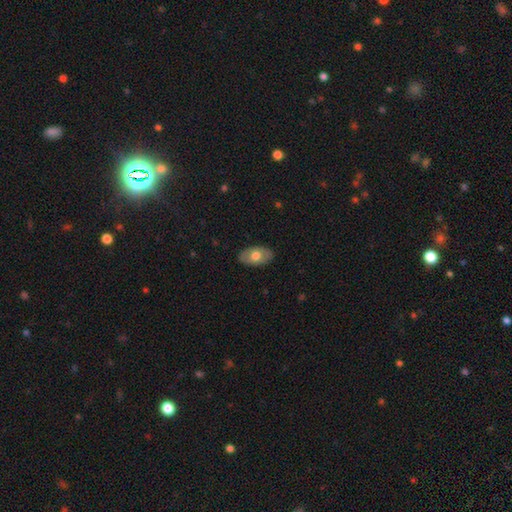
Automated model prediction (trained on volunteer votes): Smooth or featured? Predicted: smooth (p=0.63). How rounded? Predicted: in between (p=0.92). Merging? Predicted: none (p=0.86).